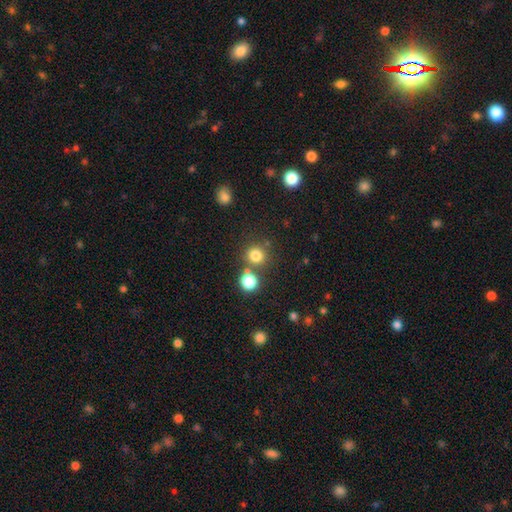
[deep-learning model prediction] Overall: smooth (78%). How rounded: round (91%). Merging: none (72%).